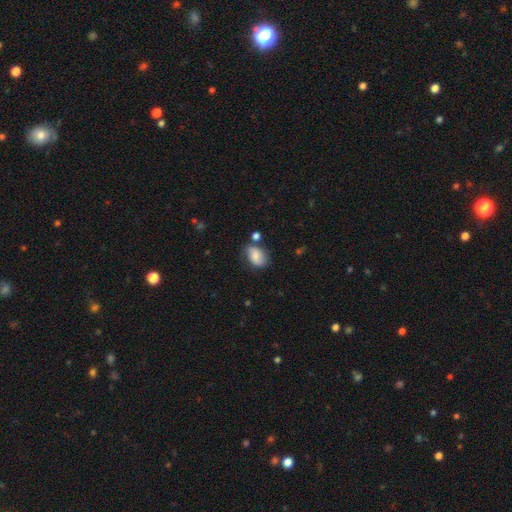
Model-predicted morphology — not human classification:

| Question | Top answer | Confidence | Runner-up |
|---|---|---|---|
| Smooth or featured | smooth | 71% | featured or disk (20%) |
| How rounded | in between | 84% | round (14%) |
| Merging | none | 56% | minor disturbance (27%) |